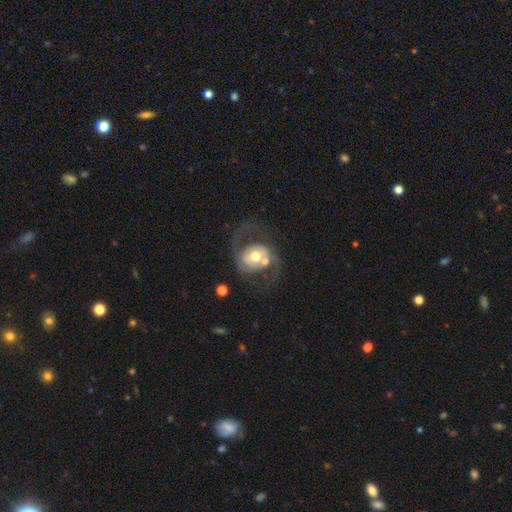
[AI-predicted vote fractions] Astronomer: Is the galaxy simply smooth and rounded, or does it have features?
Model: featured or disk — 79%.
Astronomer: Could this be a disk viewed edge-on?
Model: no — 97%.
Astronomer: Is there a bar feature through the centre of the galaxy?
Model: no — 59%.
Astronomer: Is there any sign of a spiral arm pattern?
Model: yes — 85%.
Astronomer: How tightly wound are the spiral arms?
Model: medium — 46% (runner-up: loose, 44%).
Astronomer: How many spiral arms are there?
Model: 2 — 89%.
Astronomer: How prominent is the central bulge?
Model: moderate — 69%.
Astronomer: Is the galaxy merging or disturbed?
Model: none — 49%.